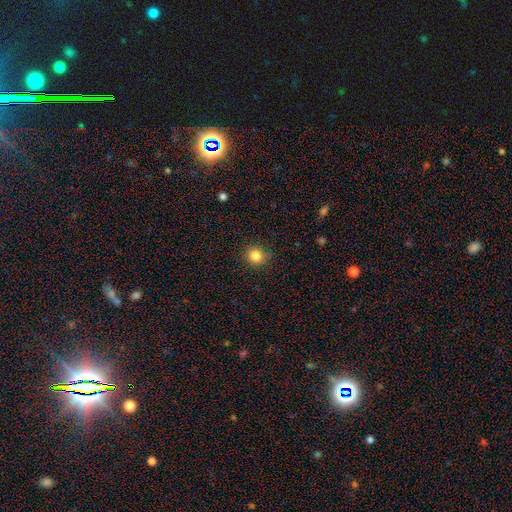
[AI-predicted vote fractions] Smooth or featured?
  - smooth: 84% *
  - star or artifact: 11%
  - featured or disk: 5%
How rounded?
  - round: 90% *
  - in between: 9%
  - cigar-shaped: 1%
Merging?
  - none: 88% *
  - minor disturbance: 9%
  - major disturbance: 2%
  - merger: 1%